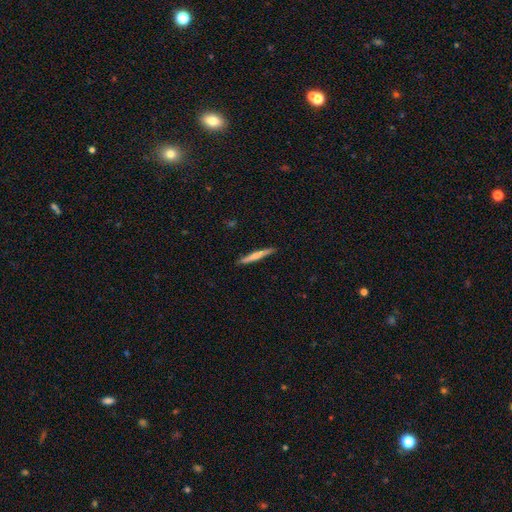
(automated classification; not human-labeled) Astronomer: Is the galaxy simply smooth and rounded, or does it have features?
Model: smooth — 60%.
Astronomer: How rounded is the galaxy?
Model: cigar-shaped — 95%.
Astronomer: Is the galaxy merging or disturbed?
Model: none — 89%.